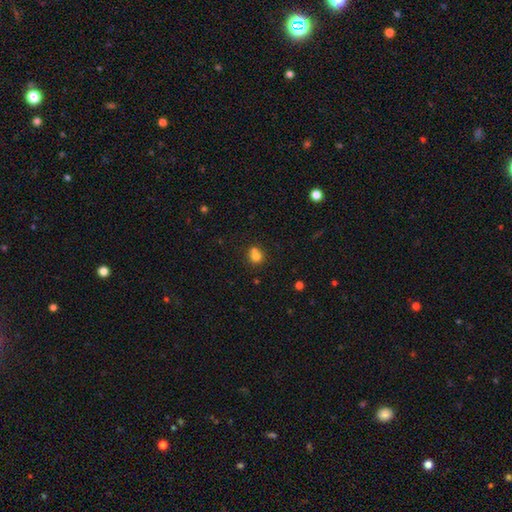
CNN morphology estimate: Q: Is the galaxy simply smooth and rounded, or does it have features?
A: smooth — 76%.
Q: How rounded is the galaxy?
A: round — 81%.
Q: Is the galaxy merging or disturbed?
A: none — 49%.